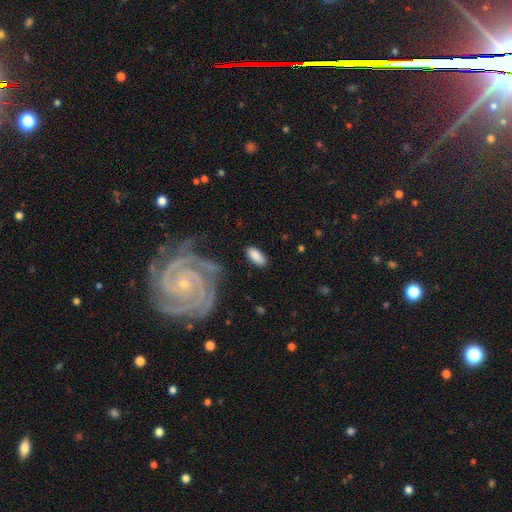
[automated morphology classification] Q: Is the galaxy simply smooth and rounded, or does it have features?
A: smooth — 82%.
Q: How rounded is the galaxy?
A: in between — 90%.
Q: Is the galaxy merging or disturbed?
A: none — 80%.